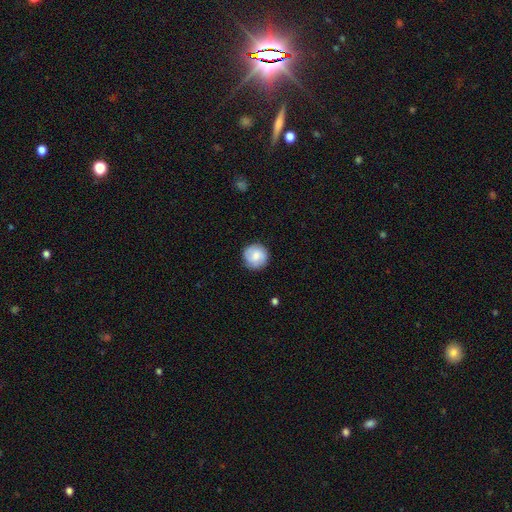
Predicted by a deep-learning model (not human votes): Smooth or featured? smooth (71%)
How rounded? round (94%)
Merging? none (86%)